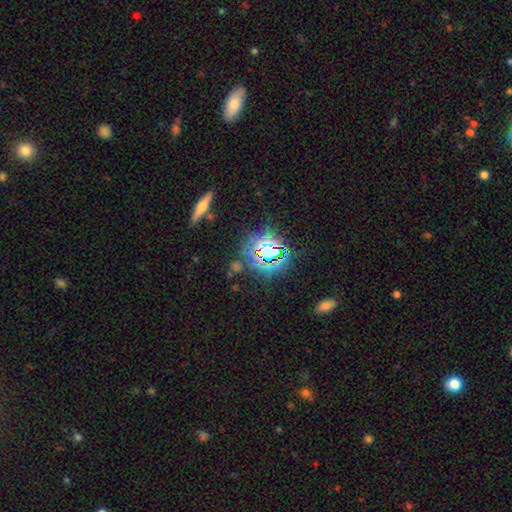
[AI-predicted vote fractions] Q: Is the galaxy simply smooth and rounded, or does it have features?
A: star or artifact — 68%.